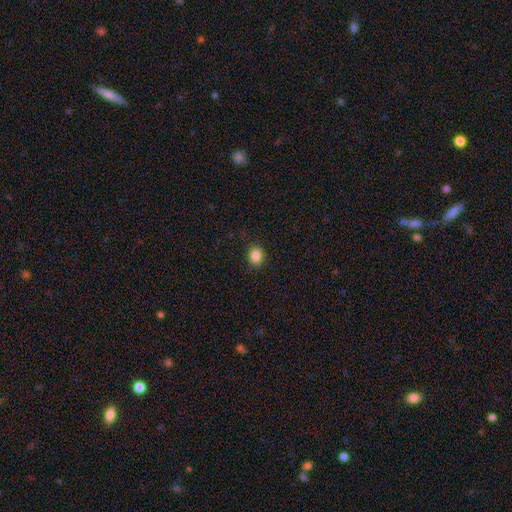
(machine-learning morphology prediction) Smooth or featured? smooth (86%)
How rounded? round (51%)
Merging? none (88%)